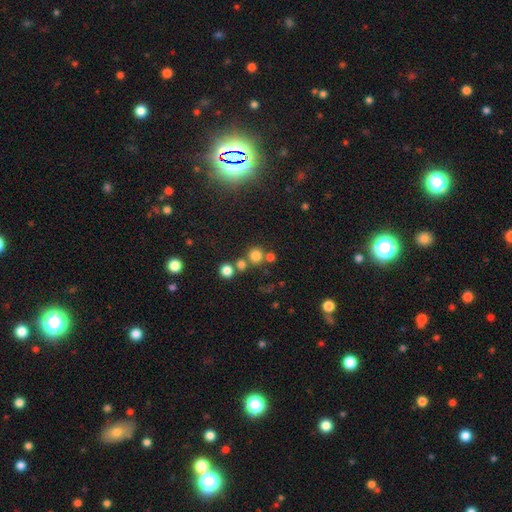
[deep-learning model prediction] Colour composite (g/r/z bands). It shows a smooth galaxy with no disk features (73%) that is round (91%). Merging: none (67%).